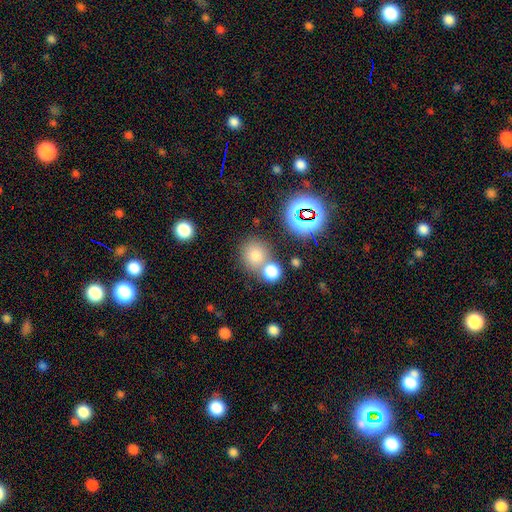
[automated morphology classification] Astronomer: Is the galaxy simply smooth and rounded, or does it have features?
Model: smooth — 70%.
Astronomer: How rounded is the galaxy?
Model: round — 83%.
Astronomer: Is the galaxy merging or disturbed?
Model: none — 61%.